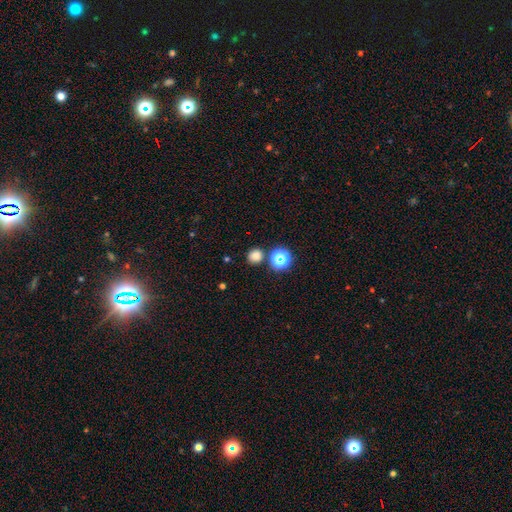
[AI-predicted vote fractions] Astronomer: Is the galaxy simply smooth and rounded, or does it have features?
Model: smooth — 76%.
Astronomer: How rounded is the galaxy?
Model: round — 85%.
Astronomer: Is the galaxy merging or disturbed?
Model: none — 81%.